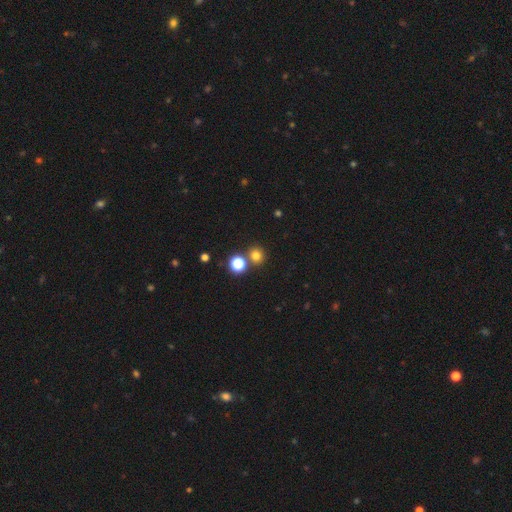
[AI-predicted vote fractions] Smooth or featured?
  - smooth: 76% *
  - star or artifact: 19%
  - featured or disk: 6%
How rounded?
  - round: 89% *
  - in between: 10%
  - cigar-shaped: 1%
Merging?
  - none: 75% *
  - merger: 16%
  - minor disturbance: 7%
  - major disturbance: 3%